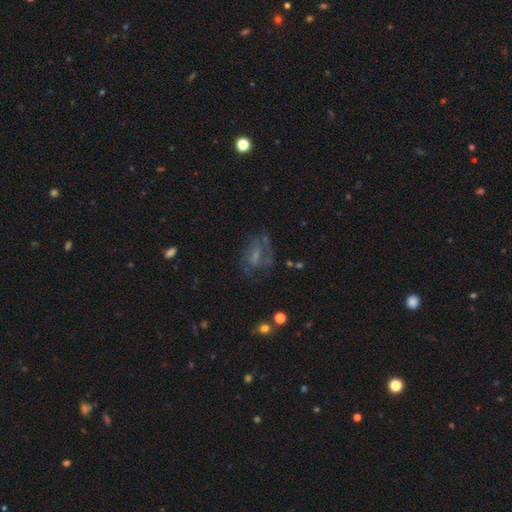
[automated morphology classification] Q: Smooth or featured?
A: featured or disk (49%); runner-up: smooth (34%)
Q: Merging?
A: none (46%); runner-up: major disturbance (29%)